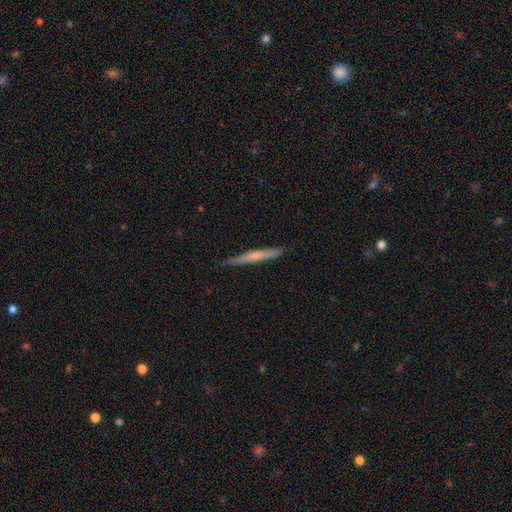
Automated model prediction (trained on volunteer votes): A smooth galaxy with no disk features (50%). Merging: none (83%).